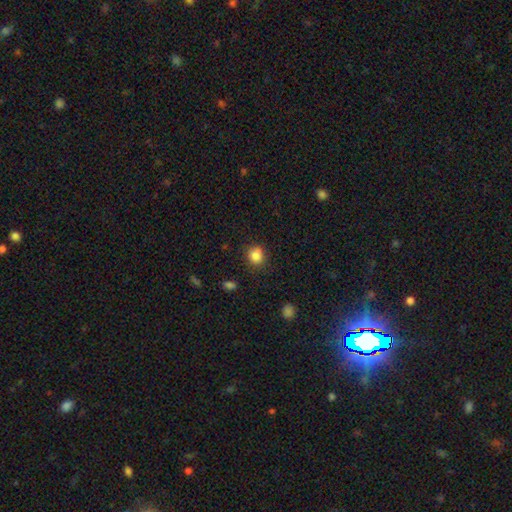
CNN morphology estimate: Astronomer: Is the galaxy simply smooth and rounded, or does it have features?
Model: smooth — 85%.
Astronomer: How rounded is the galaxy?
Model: round — 82%.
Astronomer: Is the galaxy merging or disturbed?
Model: none — 84%.